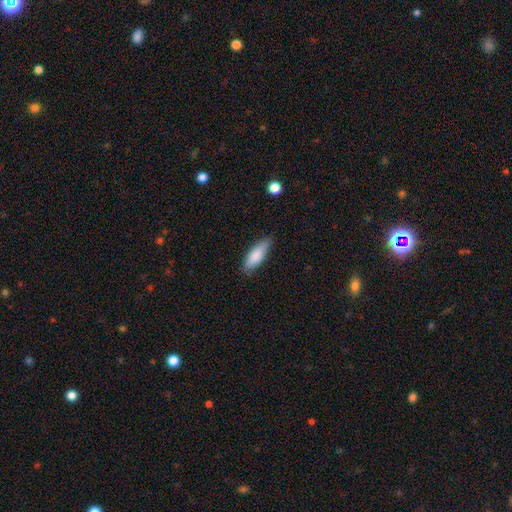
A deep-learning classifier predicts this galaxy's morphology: A smooth galaxy with no disk features (84%) that is in between round and cigar-shaped (61%).

Vote fractions:
- Smooth or featured? smooth: 84% / featured or disk: 10% / star or artifact: 6%
- How rounded? in between: 61% / cigar-shaped: 38% / round: 2%
- Merging? none: 75% / minor disturbance: 20% / major disturbance: 3% / merger: 1%